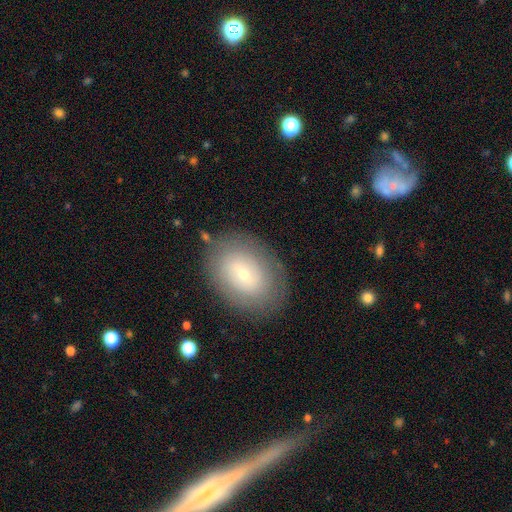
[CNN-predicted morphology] smooth-or-featured: smooth: 54% | featured or disk: 36% | star or artifact: 10%
  how-rounded: in between: 78% | round: 21% | cigar-shaped: 1%
  merging: none: 82% | minor disturbance: 12% | major disturbance: 5% | merger: 2%